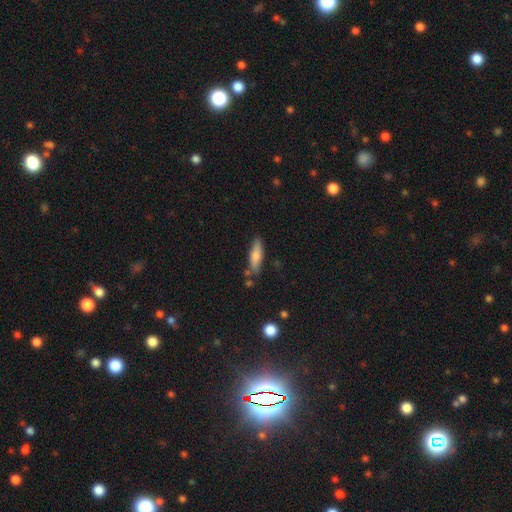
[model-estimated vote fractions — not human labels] smooth 73%, featured or disk 20%, star or artifact 7%. Down the decision tree: how rounded — cigar-shaped (60%); merging — none (77%).